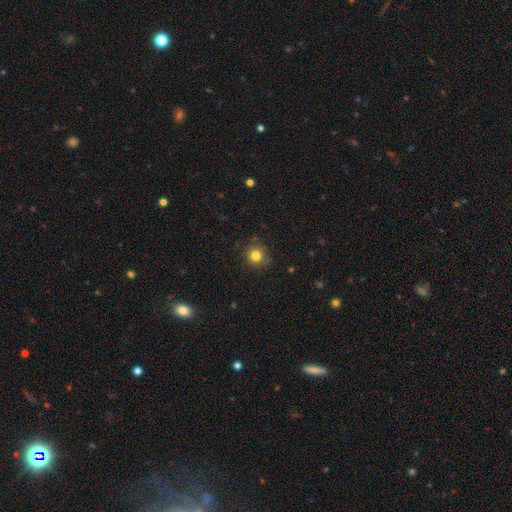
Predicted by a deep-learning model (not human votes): The model was most divided on "smooth or featured": smooth: 81%, star or artifact: 12%, featured or disk: 7%. More confident: how rounded — round (91%); merging — none (82%).